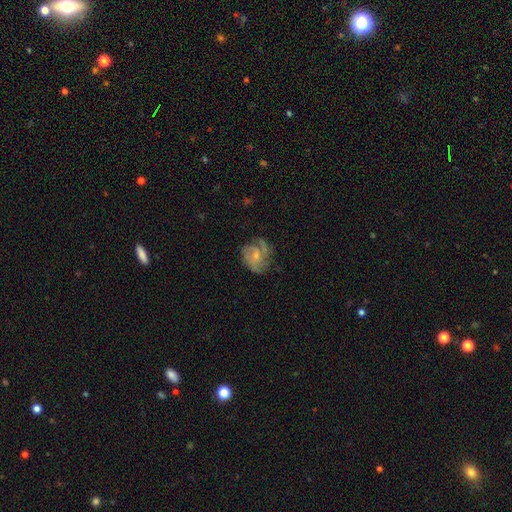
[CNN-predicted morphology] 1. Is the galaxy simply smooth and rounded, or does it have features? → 72% featured or disk, 21% smooth, 7% star or artifact.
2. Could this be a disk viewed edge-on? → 98% no, 2% yes.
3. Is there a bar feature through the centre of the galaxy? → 68% no, 28% weak, 4% strong.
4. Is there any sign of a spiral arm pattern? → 89% yes, 11% no.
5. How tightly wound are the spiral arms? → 43% medium, 38% tight, 19% loose.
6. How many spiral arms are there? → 32% 3, 26% can't tell, 21% 2, 9% 4, 7% 1, 5% more than 4.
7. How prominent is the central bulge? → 63% small, 30% moderate, 5% none, 1% large, 1% dominant.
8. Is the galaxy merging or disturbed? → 57% none, 24% minor disturbance, 17% major disturbance, 2% merger.